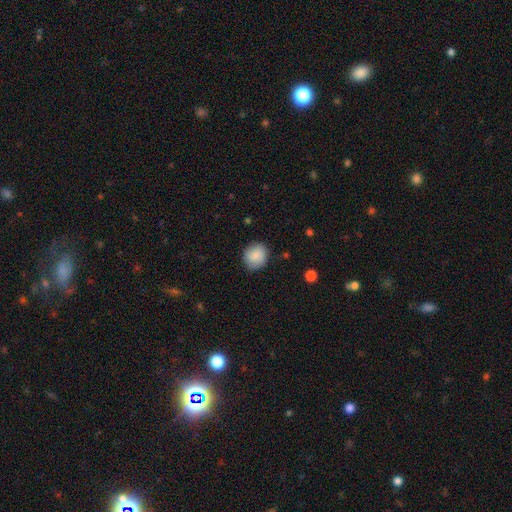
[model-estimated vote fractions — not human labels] Smooth or featured? Predicted: smooth (p=0.86). How rounded? Predicted: round (p=0.82). Merging? Predicted: none (p=0.85).